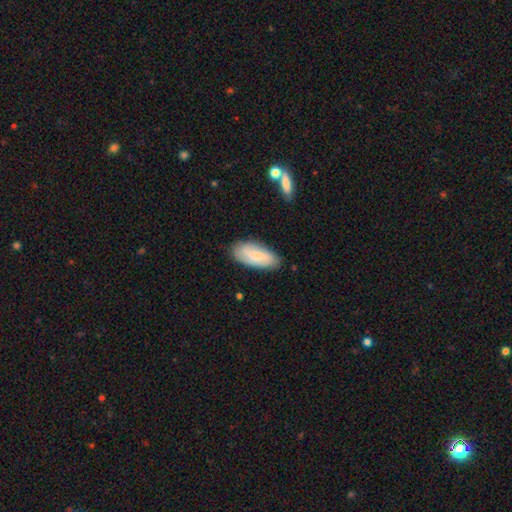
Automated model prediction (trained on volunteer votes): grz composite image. It shows a smooth galaxy with no disk features (69%) that is in between round and cigar-shaped (86%). Merging: none (79%).